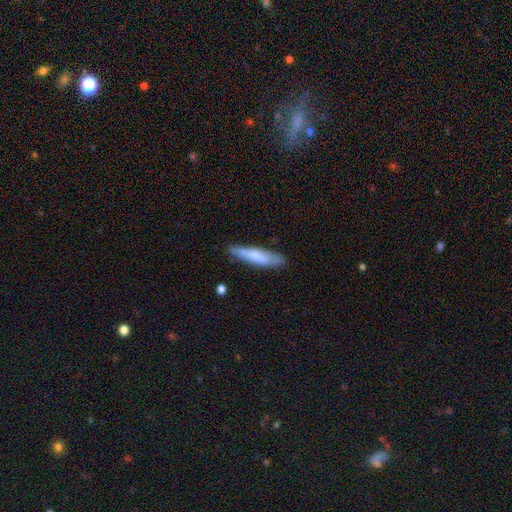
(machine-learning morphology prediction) Smooth or featured?
  - smooth: 72% *
  - featured or disk: 22%
  - star or artifact: 6%
How rounded?
  - cigar-shaped: 86% *
  - in between: 13%
  - round: 1%
Merging?
  - none: 81% *
  - minor disturbance: 15%
  - major disturbance: 2%
  - merger: 1%